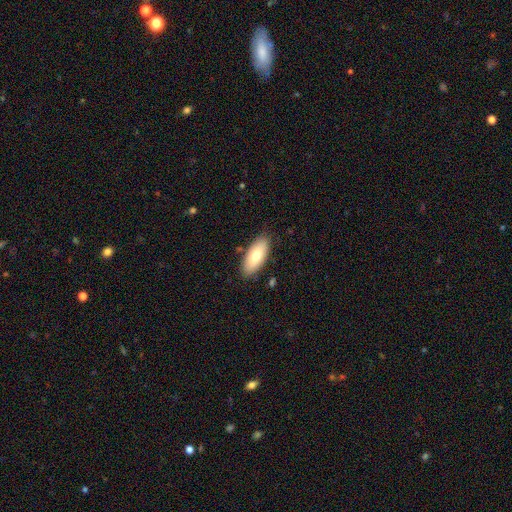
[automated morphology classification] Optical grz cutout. It shows a smooth galaxy with no disk features (74%) that is in between round and cigar-shaped (87%). Merging: none (84%).